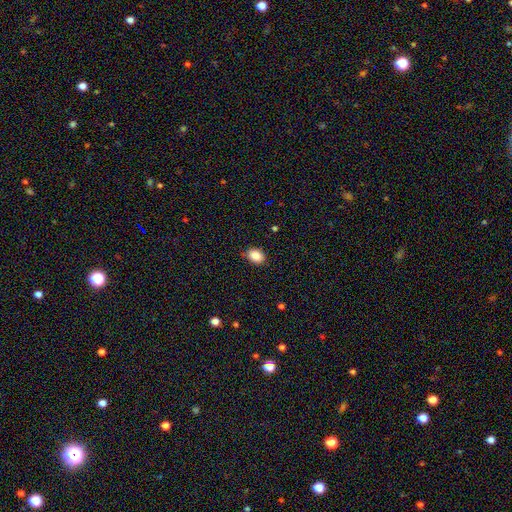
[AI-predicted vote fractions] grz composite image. It shows a smooth galaxy with no disk features (88%) that is in between round and cigar-shaped (75%). Merging: none (85%).